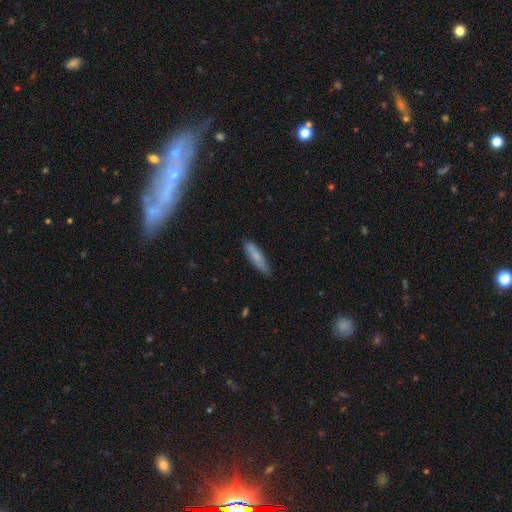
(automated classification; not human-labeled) Smooth or featured?
  - smooth: 76% *
  - featured or disk: 18%
  - star or artifact: 6%
How rounded?
  - cigar-shaped: 76% *
  - in between: 23%
  - round: 2%
Merging?
  - none: 75% *
  - minor disturbance: 20%
  - major disturbance: 3%
  - merger: 2%